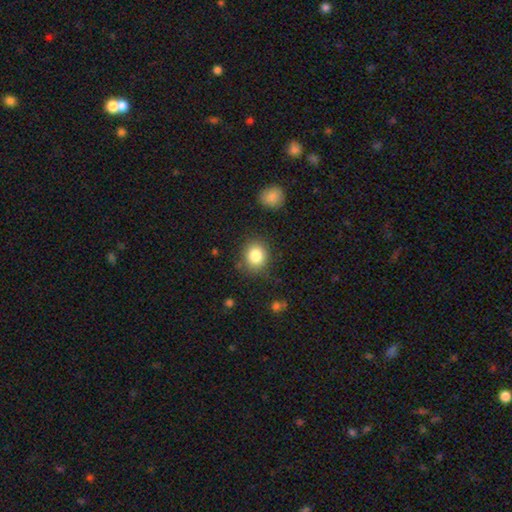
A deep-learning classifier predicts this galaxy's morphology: This is clearly a smooth galaxy (84%). How rounded: likely round (74%). Merging: clearly none (83%).